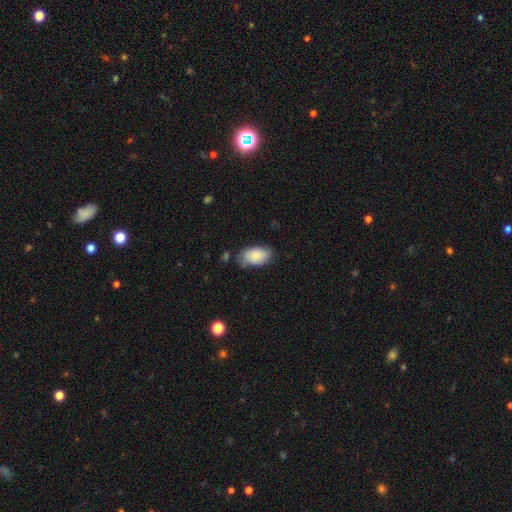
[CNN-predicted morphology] type=smooth (78%); roundness=in between (94%); merging=none (61%).